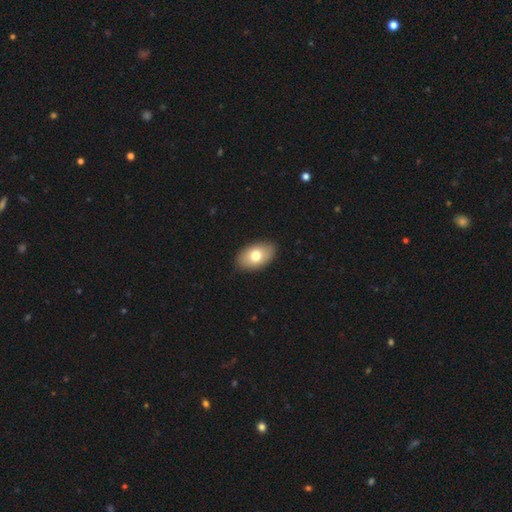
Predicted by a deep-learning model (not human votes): Morphology: type=smooth (73%); roundness=in between (91%); merging=none (87%).